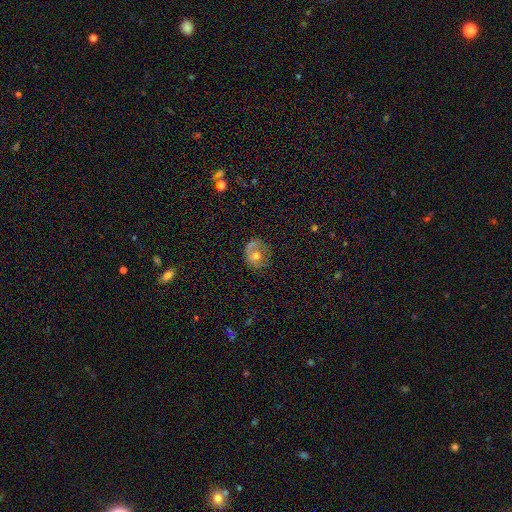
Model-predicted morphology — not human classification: Overall: smooth (53%; featured or disk 36%). How rounded: round (71%). Merging: none (52%; minor disturbance 26%).